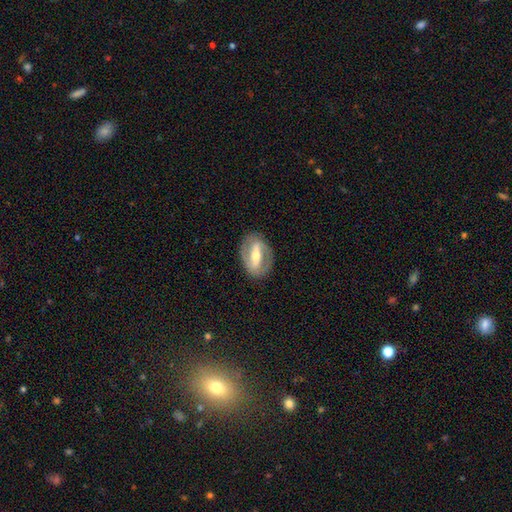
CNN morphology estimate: This appears to be a featured or disk galaxy (78%) with a strong bar (71%), spiral arms (64%) and a moderate central bulge (62%). Merging: none (85%).